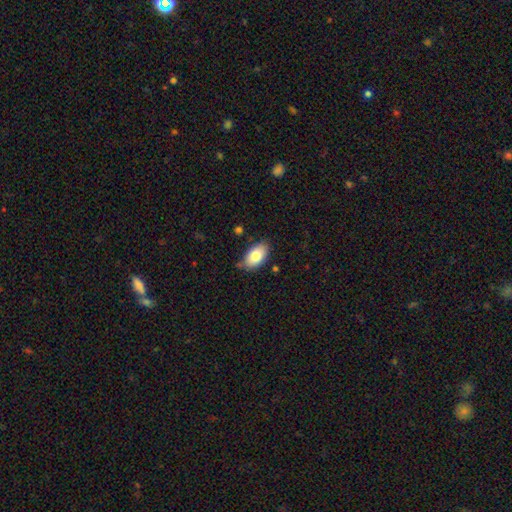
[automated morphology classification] Q: Smooth or featured?
A: smooth (80%); runner-up: featured or disk (13%)
Q: How rounded?
A: in between (94%); runner-up: round (4%)
Q: Merging?
A: none (79%); runner-up: minor disturbance (16%)